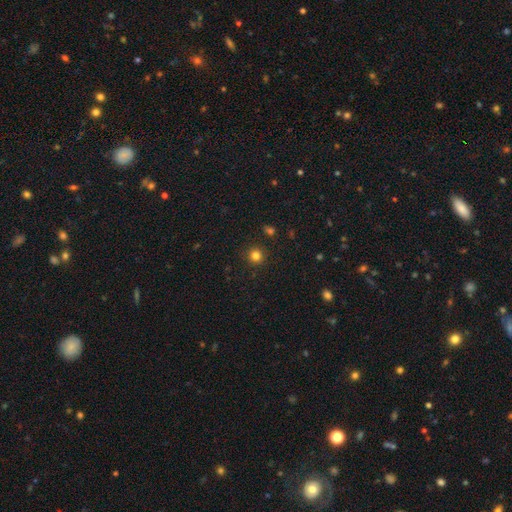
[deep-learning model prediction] The model was most divided on "smooth or featured": smooth: 82%, star or artifact: 14%, featured or disk: 4%. More confident: how rounded — round (94%); merging — none (92%).